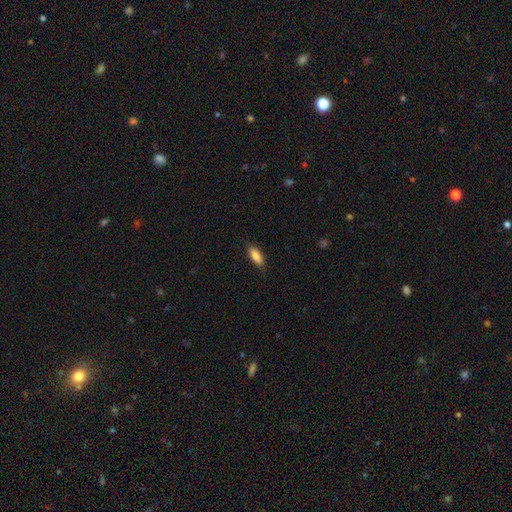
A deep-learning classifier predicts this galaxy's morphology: A smooth galaxy with no disk features (84%) that is in between round and cigar-shaped (73%).

Vote fractions:
- Smooth or featured? smooth: 84% / featured or disk: 9% / star or artifact: 7%
- How rounded? in between: 73% / cigar-shaped: 25% / round: 2%
- Merging? none: 81% / minor disturbance: 15% / major disturbance: 3% / merger: 1%